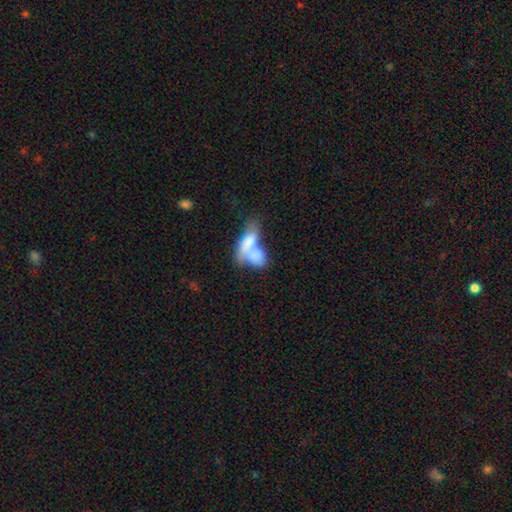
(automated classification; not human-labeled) Smooth or featured? smooth (71%)
How rounded? in between (84%)
Merging? merger (73%)